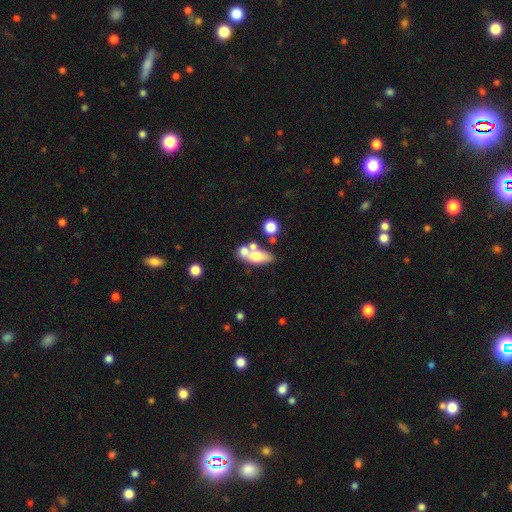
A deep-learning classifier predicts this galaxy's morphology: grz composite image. It shows a smooth galaxy with no disk features (60%) that is in between round and cigar-shaped (70%). Merging: merger (42%).